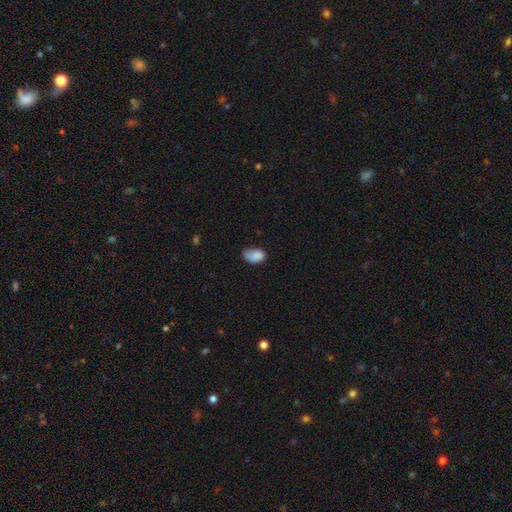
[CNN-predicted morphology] type=smooth (86%); roundness=in between (88%); merging=none (52%).